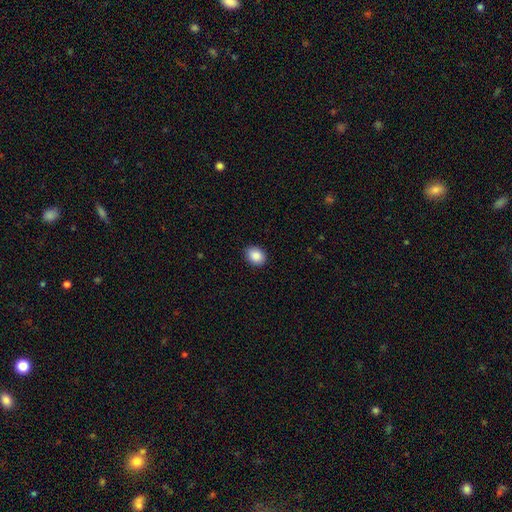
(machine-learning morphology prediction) Smooth or featured: smooth — 88% (star or artifact — 8%)
How rounded: in between — 62% (round — 37%)
Merging: none — 87% (minor disturbance — 10%)